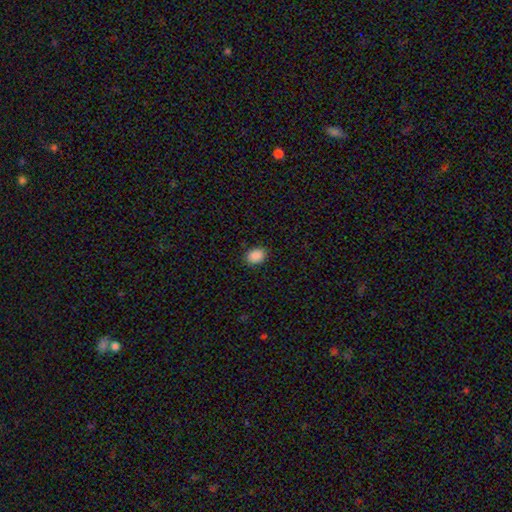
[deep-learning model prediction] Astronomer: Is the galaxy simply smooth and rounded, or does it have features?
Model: smooth — 89%.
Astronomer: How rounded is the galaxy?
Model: in between — 65%.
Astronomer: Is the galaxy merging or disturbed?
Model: none — 89%.